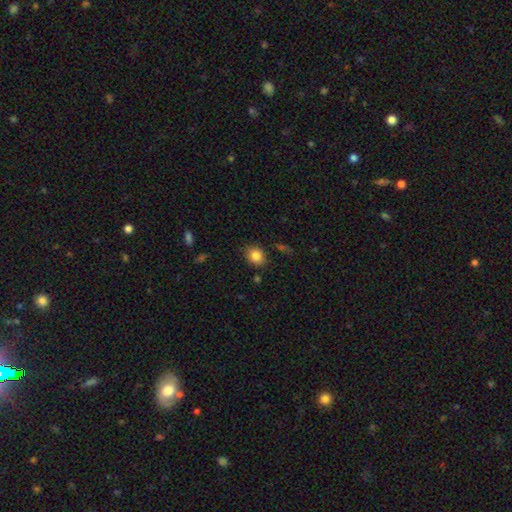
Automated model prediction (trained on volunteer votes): A smooth galaxy with no disk features (84%) that is round (56%).

Vote fractions:
- Smooth or featured? smooth: 84% / star or artifact: 10% / featured or disk: 7%
- How rounded? round: 56% / in between: 43% / cigar-shaped: 1%
- Merging? none: 82% / minor disturbance: 13% / major disturbance: 3% / merger: 2%